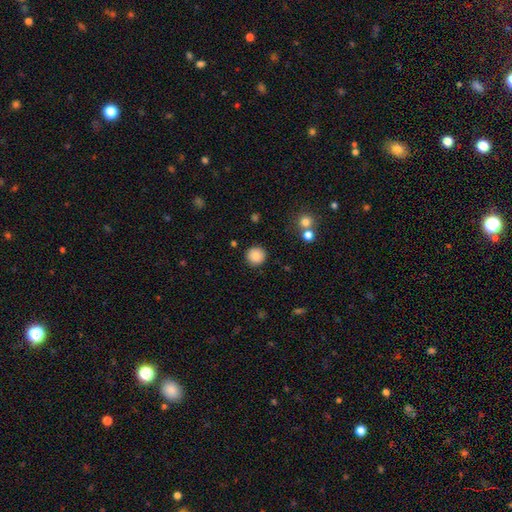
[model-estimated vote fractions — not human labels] smooth-or-featured: smooth: 86% | star or artifact: 10% | featured or disk: 4%
  how-rounded: round: 94% | in between: 5% | cigar-shaped: 1%
  merging: none: 89% | minor disturbance: 6% | major disturbance: 2% | merger: 2%